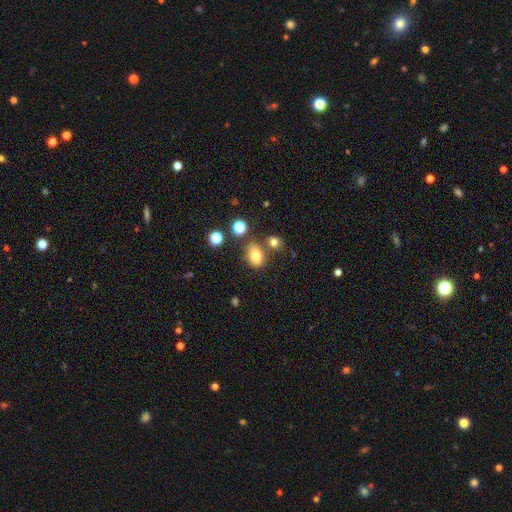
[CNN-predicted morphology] Overall: smooth (77%). How rounded: in between (74%). Merging: none (69%).